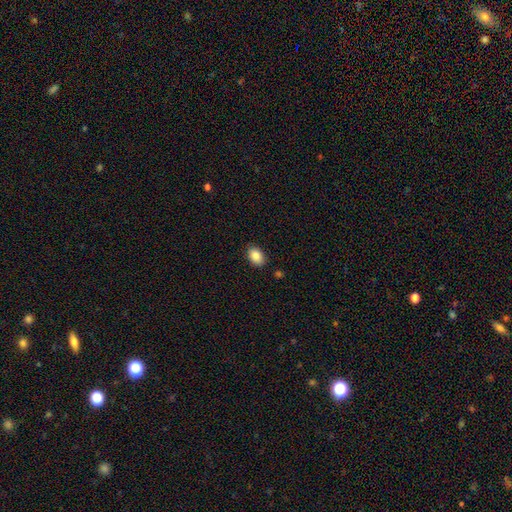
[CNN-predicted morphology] Overall: smooth (87%). How rounded: in between (83%). Merging: none (86%).